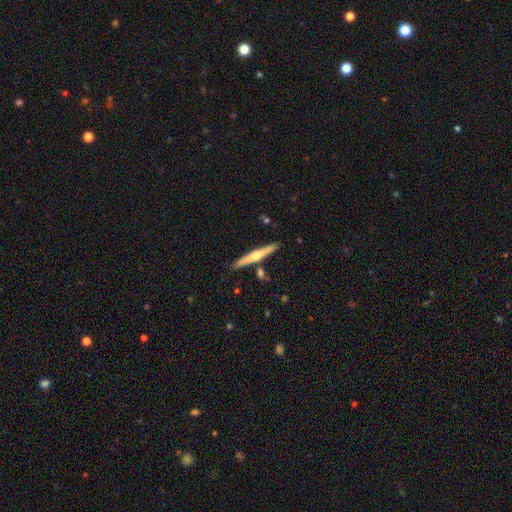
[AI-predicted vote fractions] Morphology: type=featured or disk (63%); edge-on=yes (98%); edge-on bulge=rounded (87%); merging=none (86%).